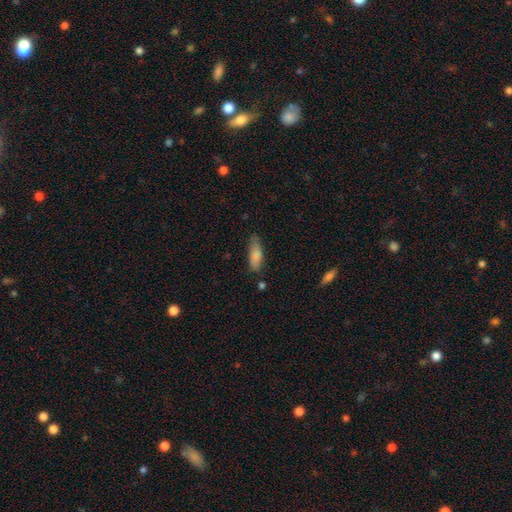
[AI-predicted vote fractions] Smooth or featured? smooth (84%)
How rounded? in between (58%)
Merging? none (67%)